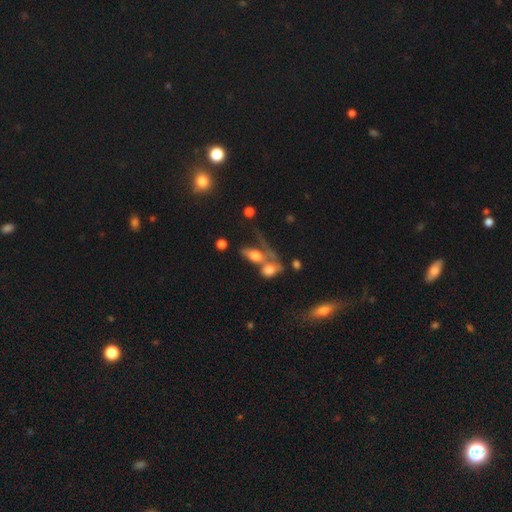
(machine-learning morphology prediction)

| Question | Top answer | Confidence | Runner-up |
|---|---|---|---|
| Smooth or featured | smooth | 57% | featured or disk (32%) |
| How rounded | in between | 76% | cigar-shaped (13%) |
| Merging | merger | 53% | none (20%) |